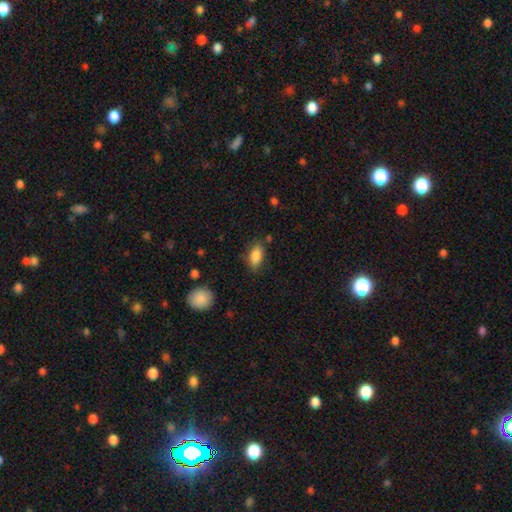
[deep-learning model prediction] Q: Smooth or featured?
A: smooth (86%); runner-up: star or artifact (8%)
Q: How rounded?
A: in between (89%); runner-up: cigar-shaped (6%)
Q: Merging?
A: none (77%); runner-up: minor disturbance (16%)